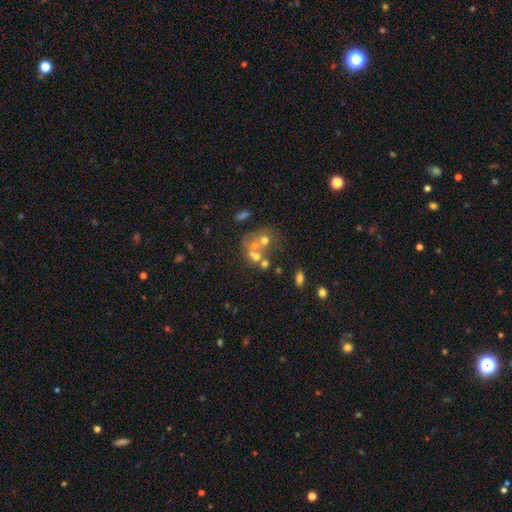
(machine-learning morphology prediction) Smooth or featured? smooth (43%)
Merging? merger (48%)